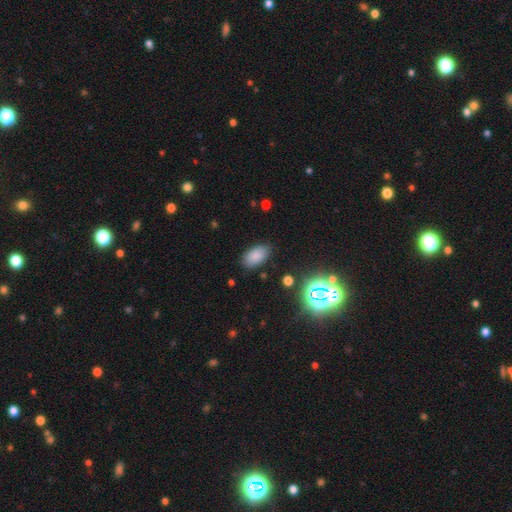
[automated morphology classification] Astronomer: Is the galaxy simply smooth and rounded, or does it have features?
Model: smooth — 81%.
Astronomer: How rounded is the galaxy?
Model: in between — 93%.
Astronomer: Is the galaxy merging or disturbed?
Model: none — 84%.